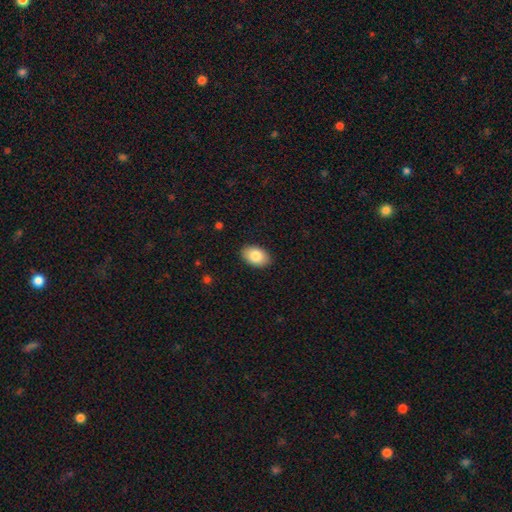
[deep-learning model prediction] Q: Smooth or featured?
A: smooth (84%); runner-up: featured or disk (9%)
Q: How rounded?
A: in between (91%); runner-up: round (8%)
Q: Merging?
A: none (89%); runner-up: minor disturbance (8%)